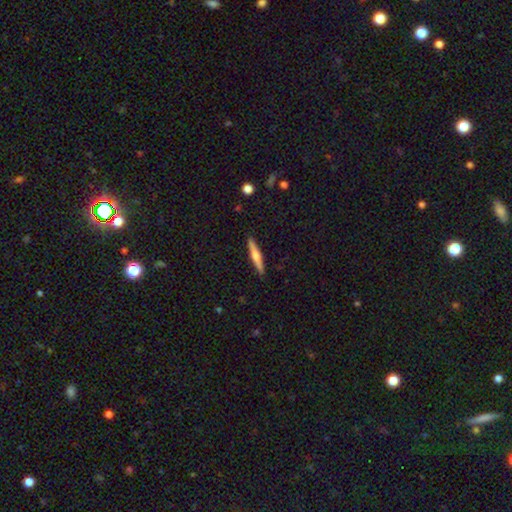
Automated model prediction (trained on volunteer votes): This is possibly a featured or disk galaxy (50%). Merging: clearly none (91%).